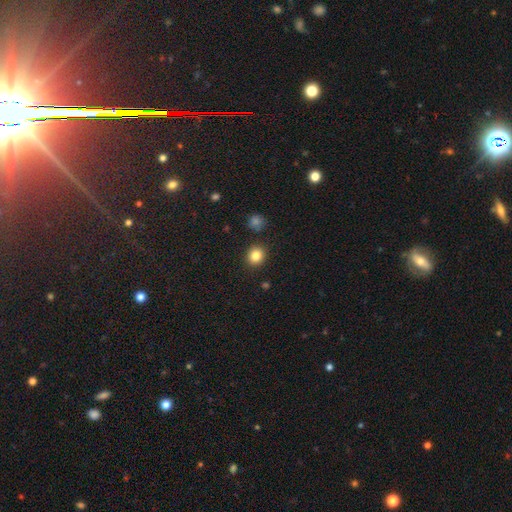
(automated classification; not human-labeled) Overall: smooth (84%). How rounded: round (81%). Merging: none (89%).